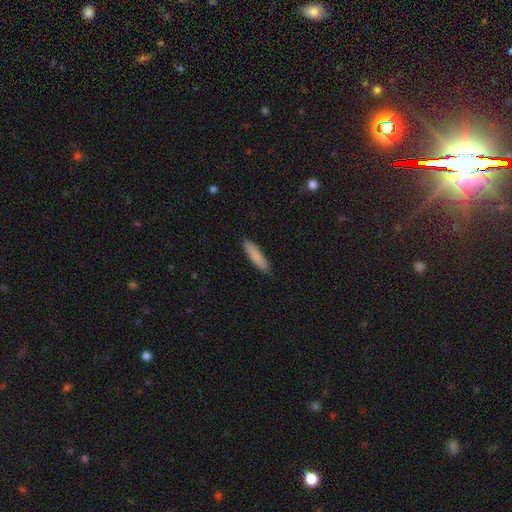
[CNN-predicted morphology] Smooth or featured: smooth — 84% (featured or disk — 10%)
How rounded: cigar-shaped — 82% (in between — 16%)
Merging: none — 88% (minor disturbance — 9%)